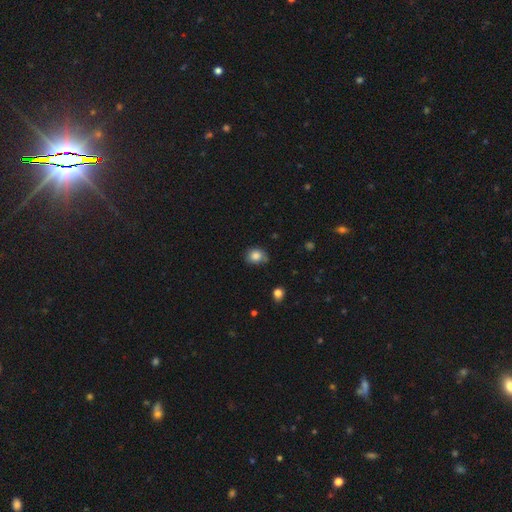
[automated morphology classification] Smooth or featured? smooth (83%)
How rounded? round (57%)
Merging? none (63%)